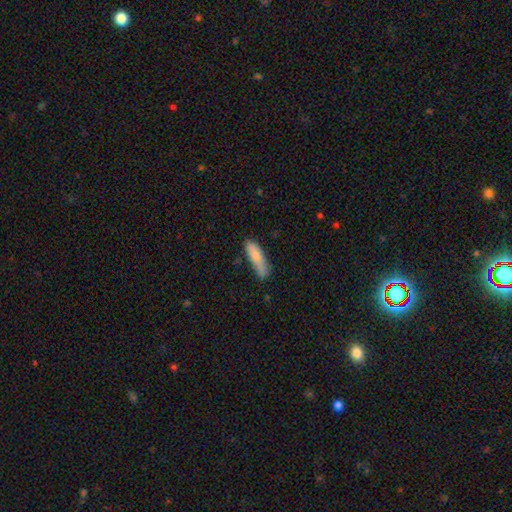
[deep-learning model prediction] This appears to be a smooth galaxy with no disk features (82%) that is cigar-shaped (64%). Merging: none (60%).